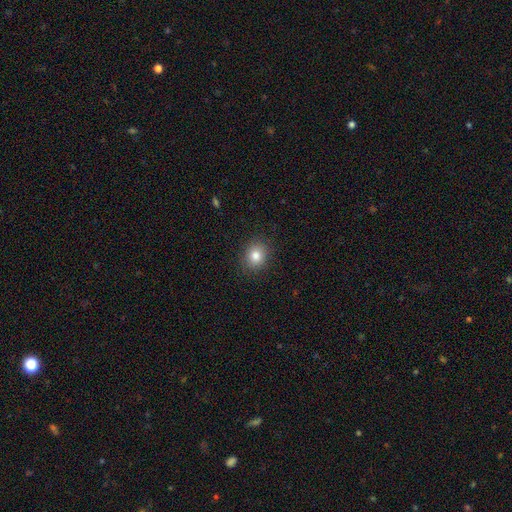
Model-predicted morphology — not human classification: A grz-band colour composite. It shows a smooth galaxy with no disk features (83%) that is round (66%). Merging: none (88%).